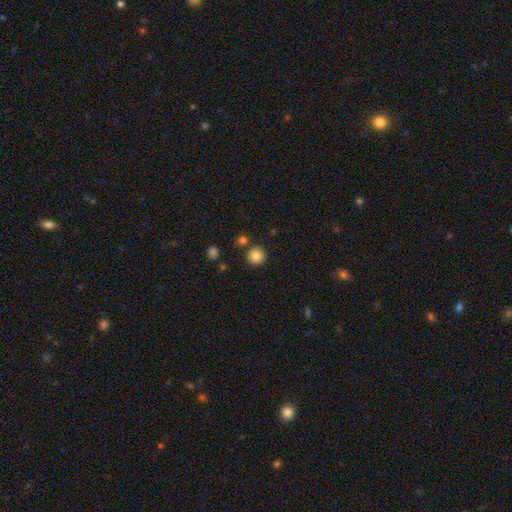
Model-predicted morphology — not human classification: Q: Smooth or featured?
A: smooth (85%); runner-up: star or artifact (10%)
Q: How rounded?
A: round (94%); runner-up: in between (5%)
Q: Merging?
A: none (84%); runner-up: merger (7%)